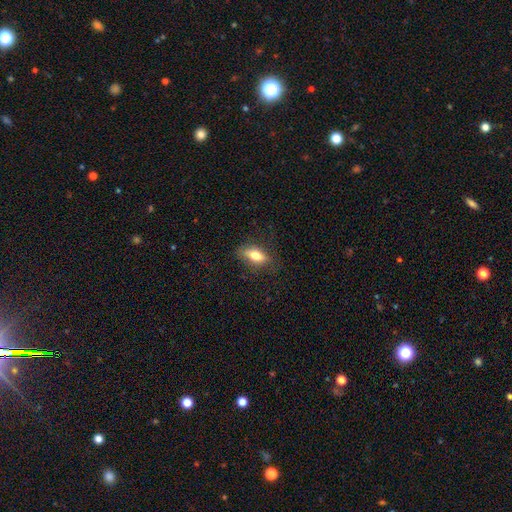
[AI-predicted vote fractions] Overall: smooth (69%). How rounded: in between (74%). Merging: none (79%).